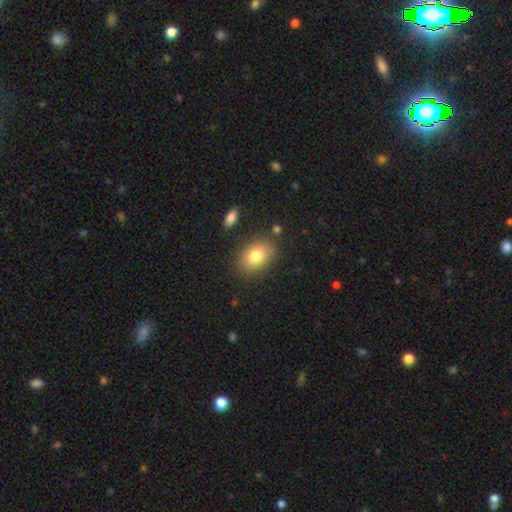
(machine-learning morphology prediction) A smooth galaxy with no disk features (80%) that is in between round and cigar-shaped (77%). Merging: none (82%).